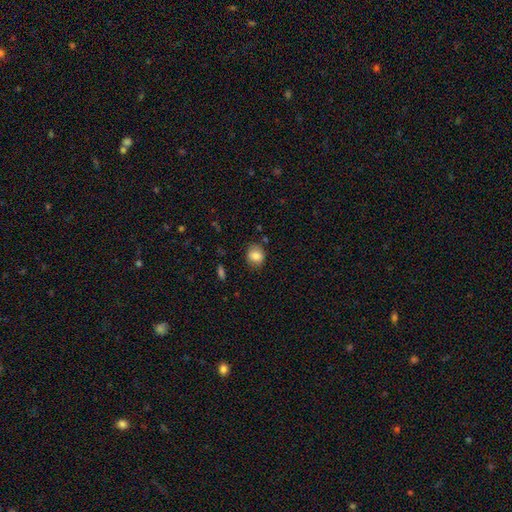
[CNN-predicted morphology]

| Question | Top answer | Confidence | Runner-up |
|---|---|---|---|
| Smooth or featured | smooth | 84% | star or artifact (9%) |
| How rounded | round | 65% | in between (34%) |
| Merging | none | 76% | minor disturbance (17%) |